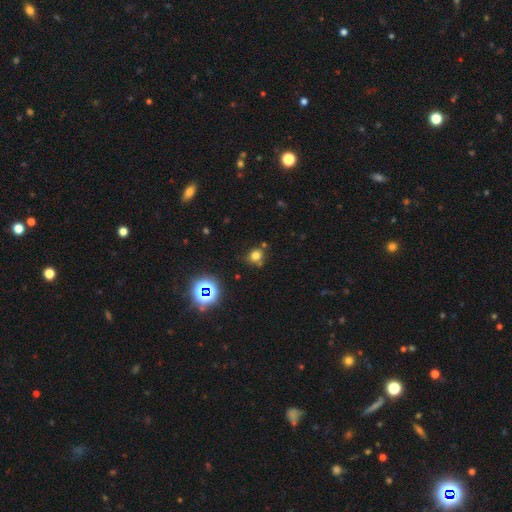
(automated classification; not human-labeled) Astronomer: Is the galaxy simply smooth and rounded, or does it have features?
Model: smooth — 71%.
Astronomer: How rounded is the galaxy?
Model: round — 73%.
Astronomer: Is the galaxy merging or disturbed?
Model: none — 69%.